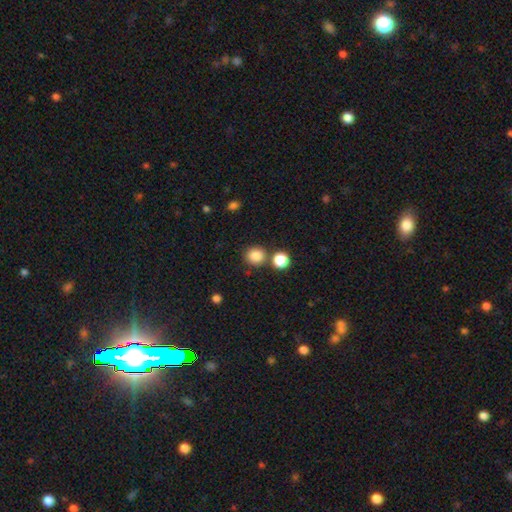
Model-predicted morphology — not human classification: Smooth or featured: smooth — 84% (star or artifact — 11%)
How rounded: round — 89% (in between — 10%)
Merging: none — 76% (merger — 13%)